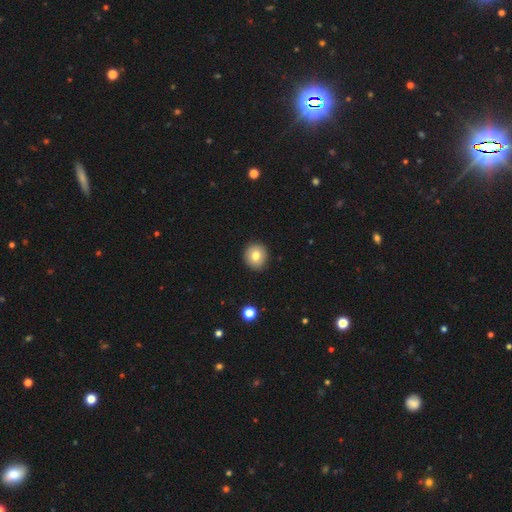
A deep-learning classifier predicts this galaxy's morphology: Smooth or featured? smooth (77%)
How rounded? round (91%)
Merging? none (91%)